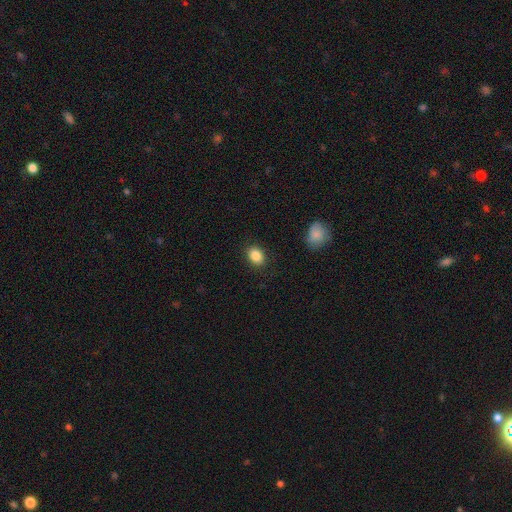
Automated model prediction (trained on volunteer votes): Smooth or featured? Predicted: smooth (p=0.87). How rounded? Predicted: in between (p=0.69). Merging? Predicted: none (p=0.88).